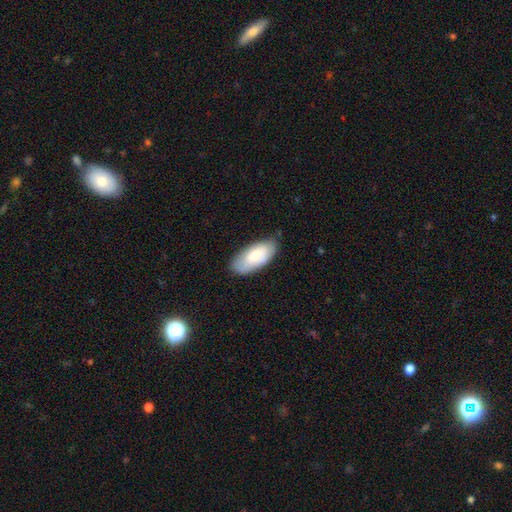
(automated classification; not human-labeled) This is likely a smooth galaxy (76%). How rounded: clearly in between (91%). Merging: likely none (76%).